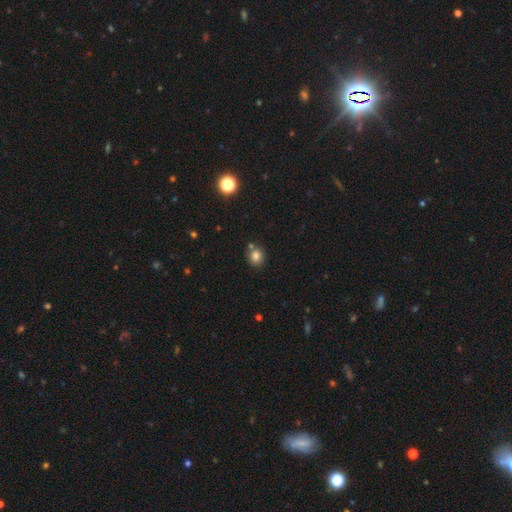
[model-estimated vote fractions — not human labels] A smooth galaxy with no disk features (81%) that is round (78%). Merging: none (73%).